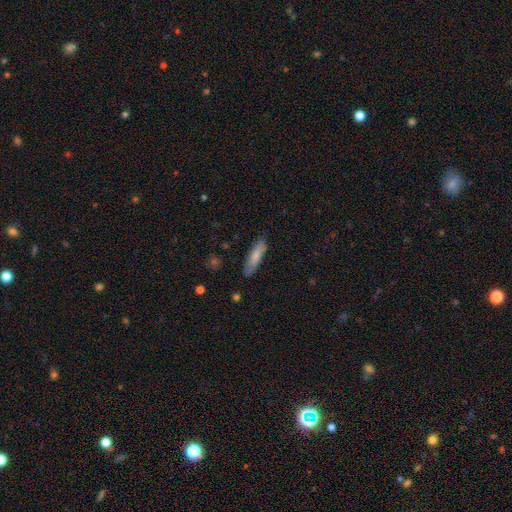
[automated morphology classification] Smooth or featured?
  - smooth: 78% *
  - featured or disk: 16%
  - star or artifact: 6%
How rounded?
  - cigar-shaped: 72% *
  - in between: 27%
  - round: 1%
Merging?
  - none: 84% *
  - minor disturbance: 12%
  - major disturbance: 2%
  - merger: 1%